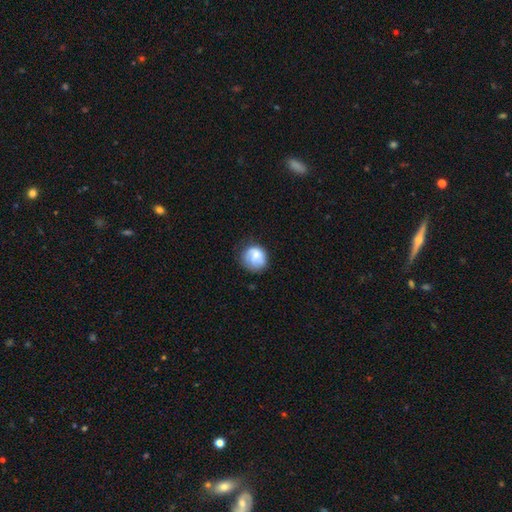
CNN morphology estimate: Smooth or featured? smooth (70%)
How rounded? round (83%)
Merging? none (66%)